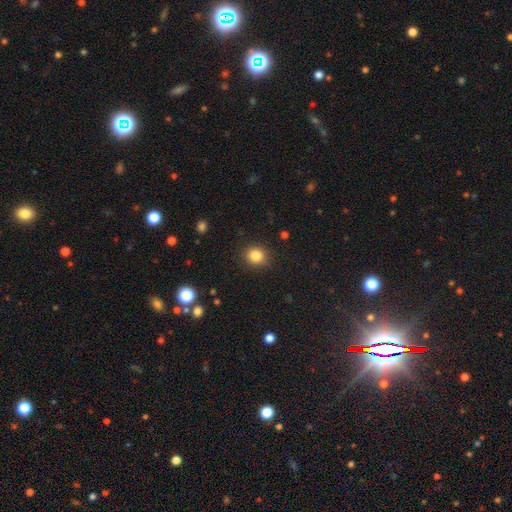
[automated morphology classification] This is clearly a smooth galaxy (84%). How rounded: clearly round (83%). Merging: clearly none (89%).